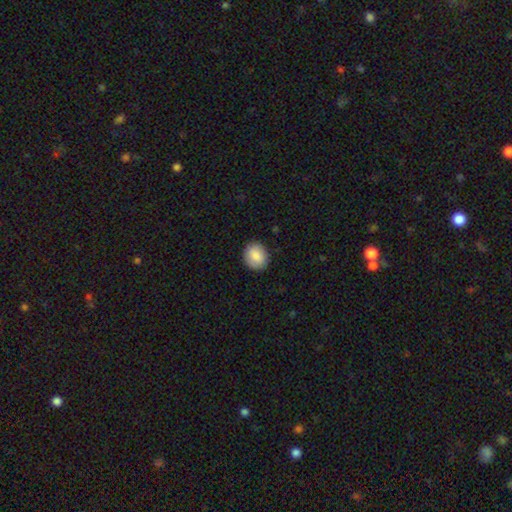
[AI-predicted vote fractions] smooth-or-featured: smooth: 87% | star or artifact: 7% | featured or disk: 6%
  how-rounded: round: 60% | in between: 39% | cigar-shaped: 1%
  merging: none: 89% | minor disturbance: 8% | major disturbance: 2% | merger: 1%